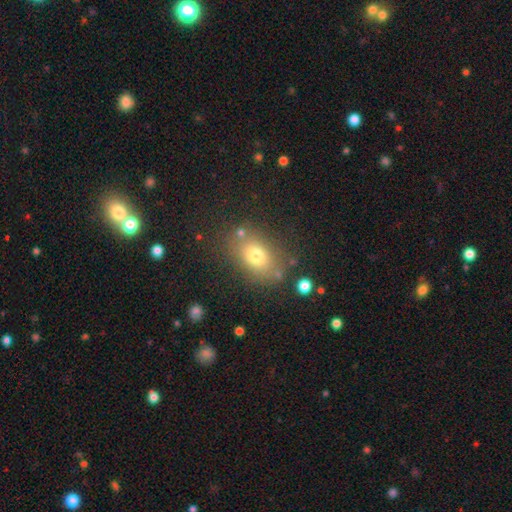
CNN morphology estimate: smooth-or-featured: smooth: 73% | featured or disk: 14% | star or artifact: 13%
  how-rounded: in between: 72% | round: 26% | cigar-shaped: 2%
  merging: none: 75% | minor disturbance: 13% | major disturbance: 6% | merger: 6%